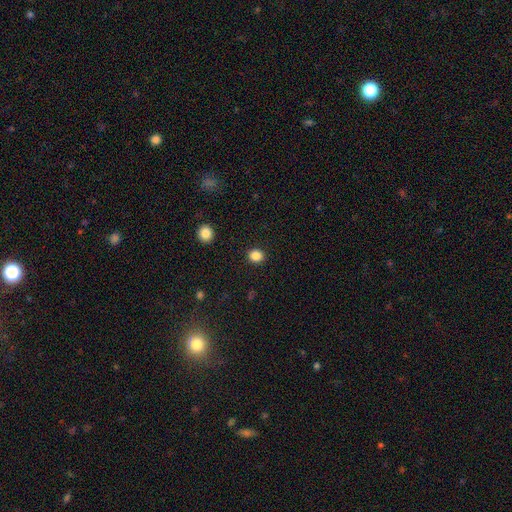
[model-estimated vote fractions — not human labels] Smooth or featured?
  - smooth: 86% *
  - star or artifact: 11%
  - featured or disk: 3%
How rounded?
  - round: 78% *
  - in between: 21%
  - cigar-shaped: 1%
Merging?
  - none: 91% *
  - minor disturbance: 5%
  - major disturbance: 2%
  - merger: 1%